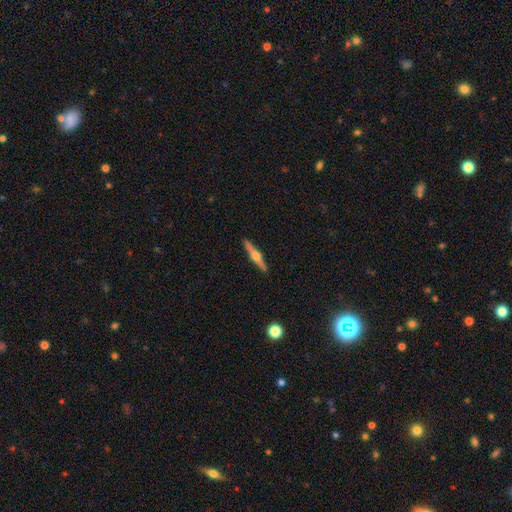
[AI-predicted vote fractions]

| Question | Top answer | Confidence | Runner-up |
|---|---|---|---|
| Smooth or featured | featured or disk | 71% | smooth (23%) |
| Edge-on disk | yes | 98% | no (2%) |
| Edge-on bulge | rounded | 94% | boxy (3%) |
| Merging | none | 91% | minor disturbance (6%) |